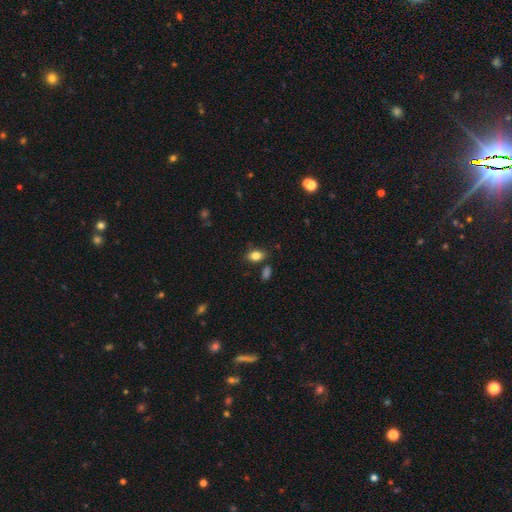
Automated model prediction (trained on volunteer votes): This appears to be a smooth galaxy with no disk features (83%) that is in between round and cigar-shaped (84%). Merging: none (77%).